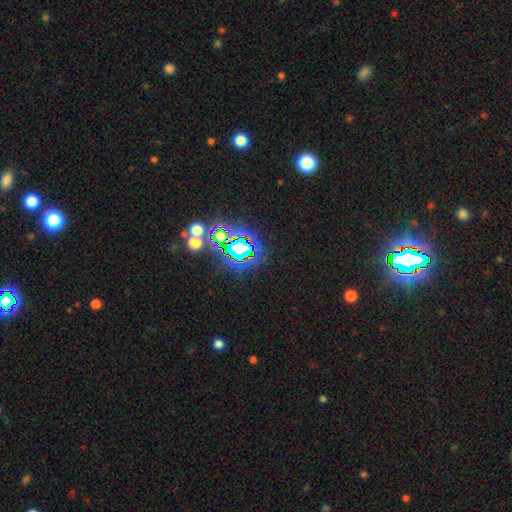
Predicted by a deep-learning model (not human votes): The model was most divided on "smooth or featured": star or artifact: 80%, smooth: 13%, featured or disk: 7%.